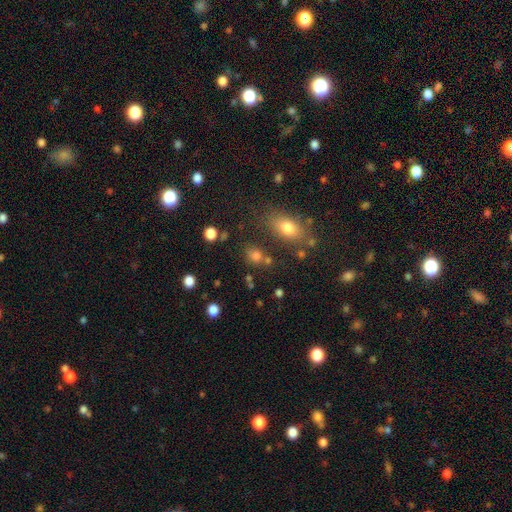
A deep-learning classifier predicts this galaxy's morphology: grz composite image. It shows a smooth galaxy with no disk features (74%) that is round (50%). Merging: none (65%).